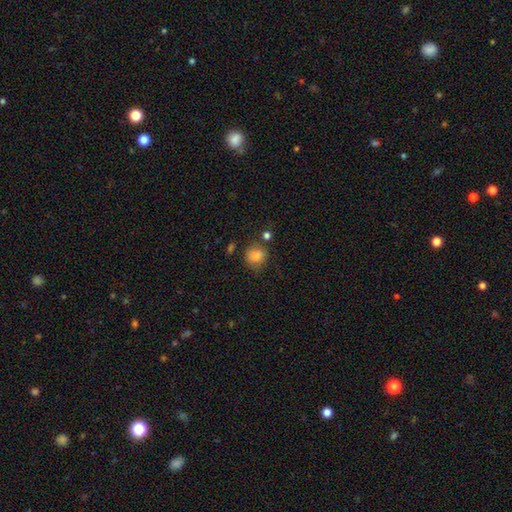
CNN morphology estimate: A smooth galaxy with no disk features (80%) that is round (76%). Merging: none (69%).